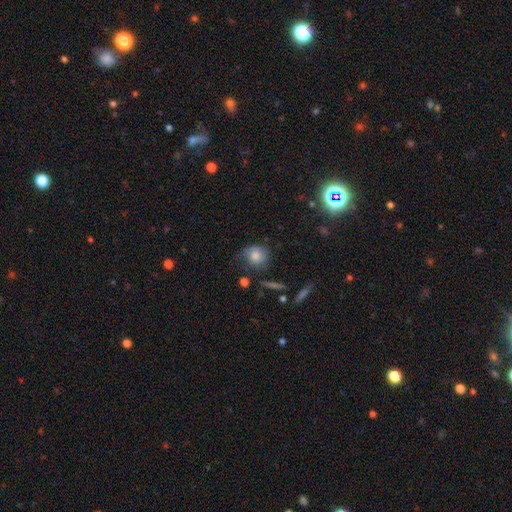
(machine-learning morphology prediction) A smooth galaxy with no disk features (75%) that is round (78%). Merging: none (56%).